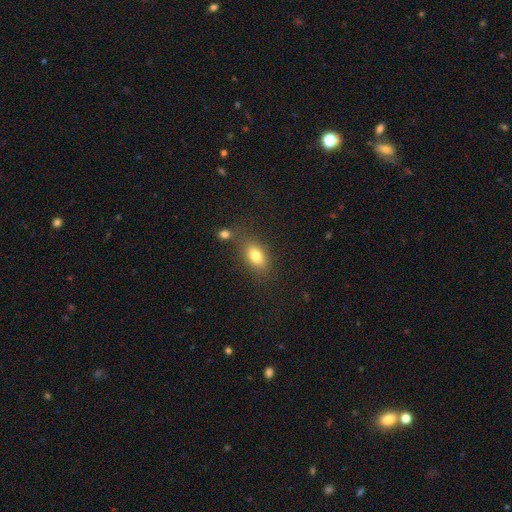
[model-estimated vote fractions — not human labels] smooth-or-featured: smooth: 77% | featured or disk: 13% | star or artifact: 10%
  how-rounded: in between: 84% | round: 10% | cigar-shaped: 6%
  merging: none: 73% | minor disturbance: 14% | merger: 9% | major disturbance: 5%